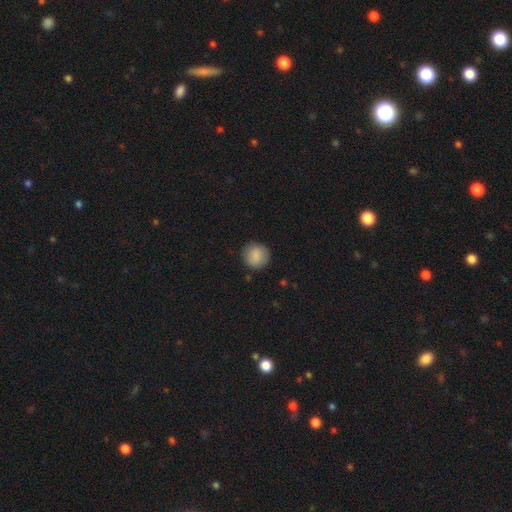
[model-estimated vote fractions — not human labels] Overall: smooth (87%). How rounded: round (93%). Merging: none (89%).